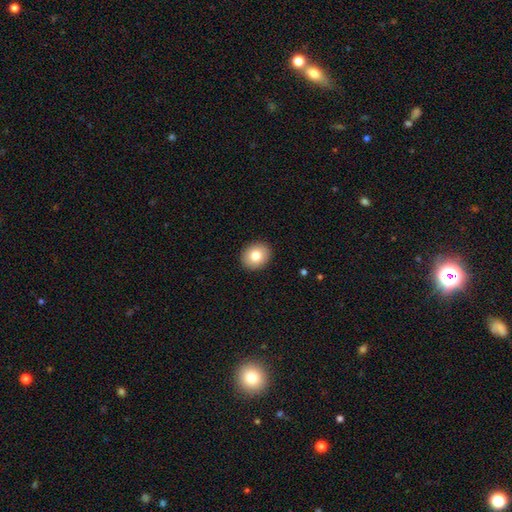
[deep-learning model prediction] Overall: smooth (80%). How rounded: round (65%; in between 34%). Merging: none (91%).